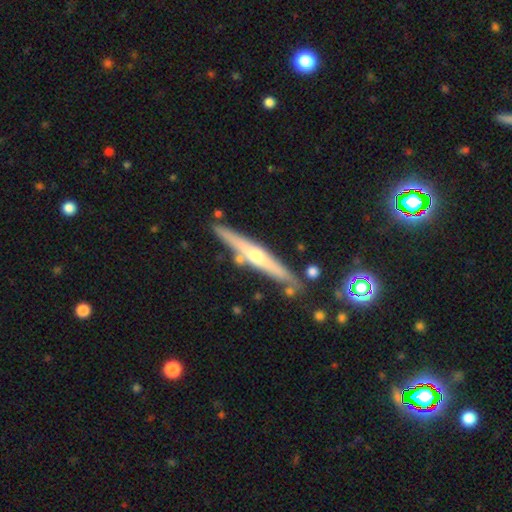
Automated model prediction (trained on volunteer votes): This is likely a featured or disk galaxy (70%). It is clearly viewed edge-on (96%). Edge-on bulge: clearly rounded (84%). Merging: clearly none (83%).